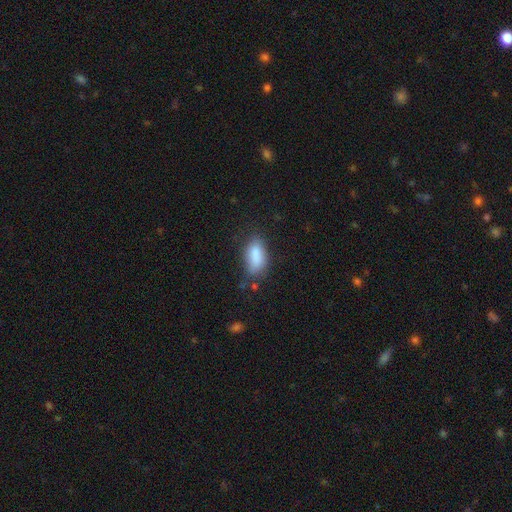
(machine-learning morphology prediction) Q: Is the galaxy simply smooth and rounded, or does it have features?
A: smooth — 84%.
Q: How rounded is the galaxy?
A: in between — 88%.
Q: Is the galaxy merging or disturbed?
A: none — 61%.